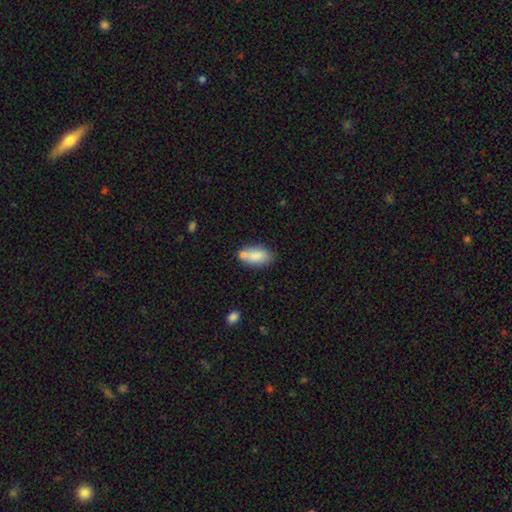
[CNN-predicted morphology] Smooth or featured? smooth (82%)
How rounded? in between (89%)
Merging? none (59%)